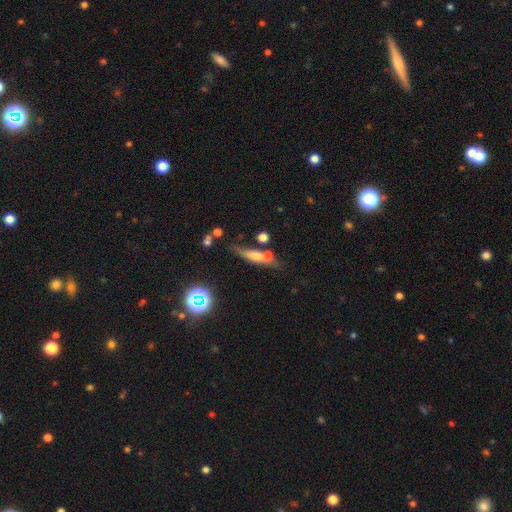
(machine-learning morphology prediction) A smooth galaxy with no disk features (52%) that is cigar-shaped (65%).

Vote fractions:
- Smooth or featured? smooth: 52% / featured or disk: 34% / star or artifact: 14%
- How rounded? cigar-shaped: 65% / in between: 26% / round: 8%
- Merging? none: 52% / merger: 23% / minor disturbance: 17% / major disturbance: 8%